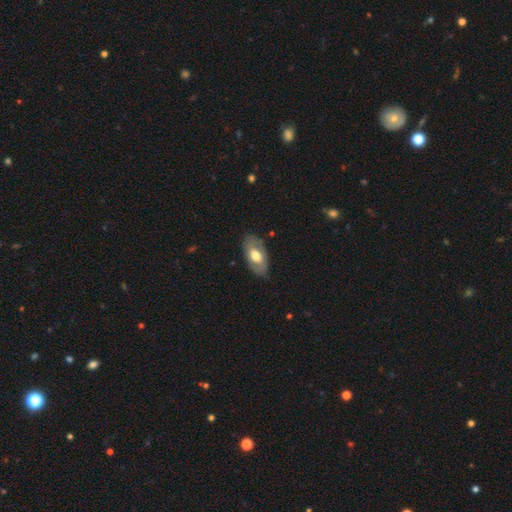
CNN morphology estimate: smooth_or_featured: smooth (p=0.52) [alt: featured or disk p=0.42]
how_rounded: in between (p=0.93) [alt: round p=0.04]
merging: none (p=0.80) [alt: minor disturbance p=0.15]